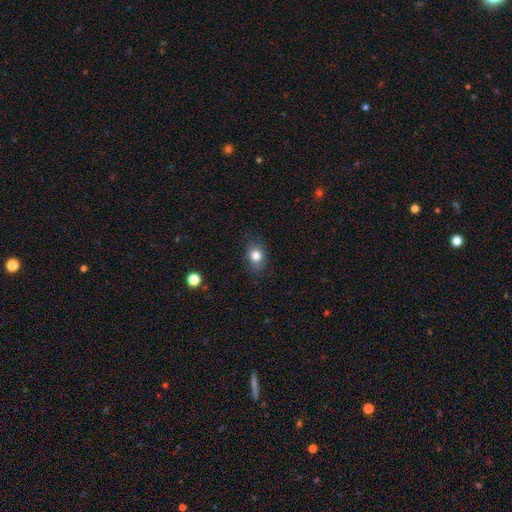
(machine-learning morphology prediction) type=smooth (81%); roundness=in between (58%); merging=none (80%).